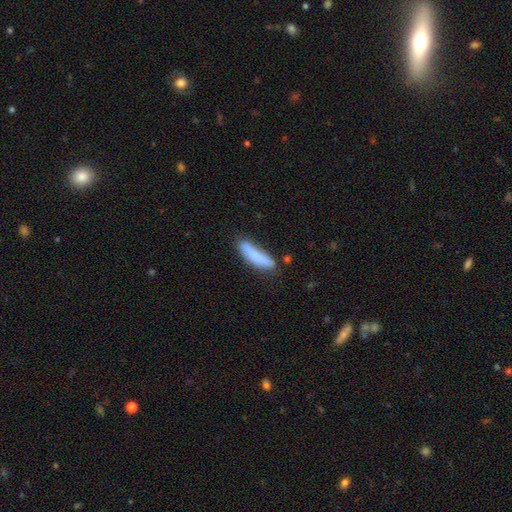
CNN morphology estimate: type=smooth (80%); roundness=cigar-shaped (75%); merging=none (67%).